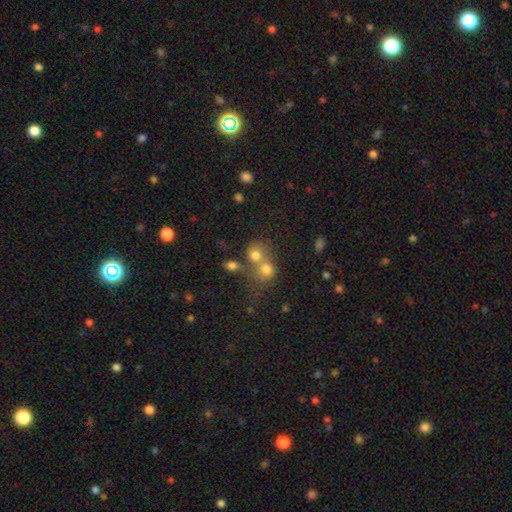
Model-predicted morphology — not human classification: smooth-or-featured: smooth: 73% | featured or disk: 13% | star or artifact: 13%
  how-rounded: round: 75% | in between: 24% | cigar-shaped: 1%
  merging: merger: 55% | none: 33% | minor disturbance: 7% | major disturbance: 5%